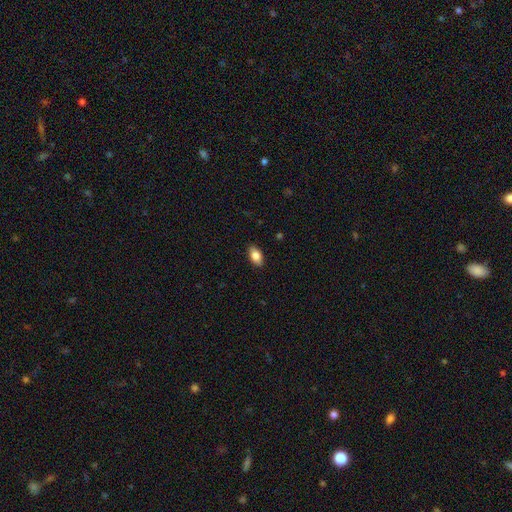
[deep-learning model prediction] Morphology: type=smooth (84%); roundness=in between (91%); merging=none (89%).